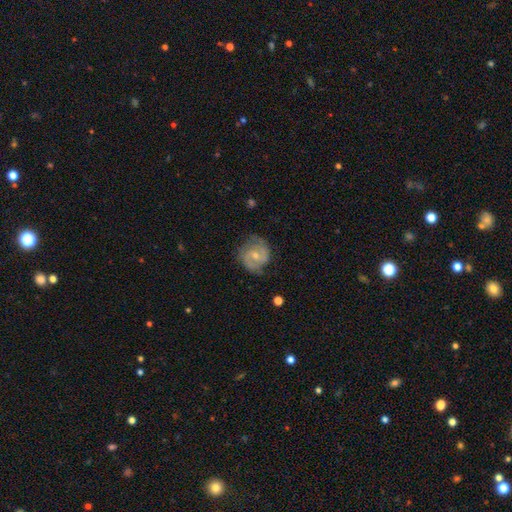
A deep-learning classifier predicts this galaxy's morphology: Q: Smooth or featured?
A: featured or disk (73%); runner-up: smooth (21%)
Q: Edge-on disk?
A: no (98%); runner-up: yes (2%)
Q: Bar?
A: no (48%); runner-up: weak (43%)
Q: Spiral arms?
A: yes (91%); runner-up: no (9%)
Q: Spiral winding?
A: medium (47%); runner-up: tight (36%)
Q: Spiral arm count?
A: 2 (82%); runner-up: can't tell (10%)
Q: Bulge size?
A: small (51%); runner-up: moderate (45%)
Q: Merging?
A: none (71%); runner-up: minor disturbance (21%)